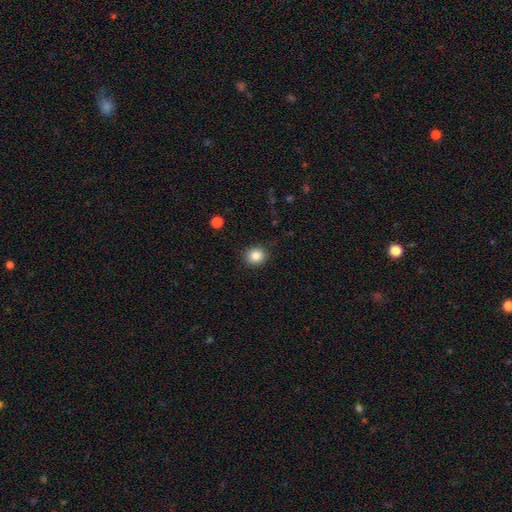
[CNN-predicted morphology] type=smooth (86%); roundness=round (81%); merging=none (89%).